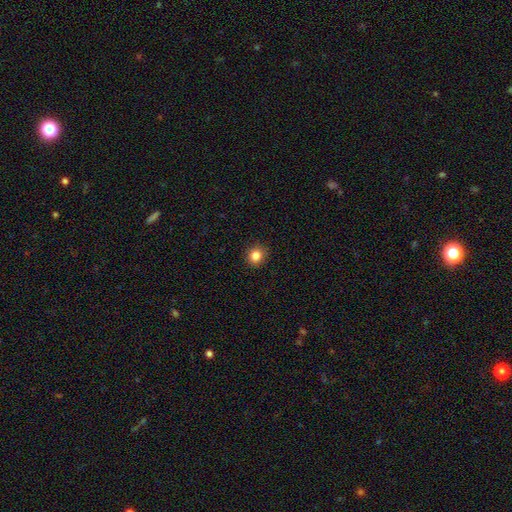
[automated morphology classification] smooth-or-featured: smooth: 83% | star or artifact: 11% | featured or disk: 6%
  how-rounded: round: 86% | in between: 13% | cigar-shaped: 1%
  merging: none: 91% | minor disturbance: 6% | major disturbance: 2% | merger: 1%